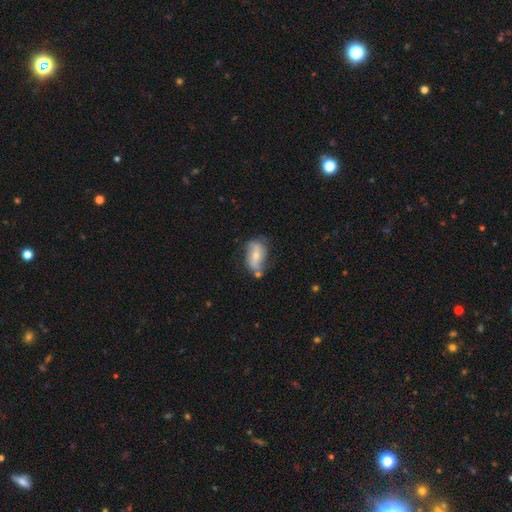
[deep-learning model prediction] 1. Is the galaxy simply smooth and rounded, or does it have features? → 50% featured or disk, 42% smooth, 8% star or artifact.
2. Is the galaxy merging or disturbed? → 51% none, 27% minor disturbance, 12% merger, 10% major disturbance.